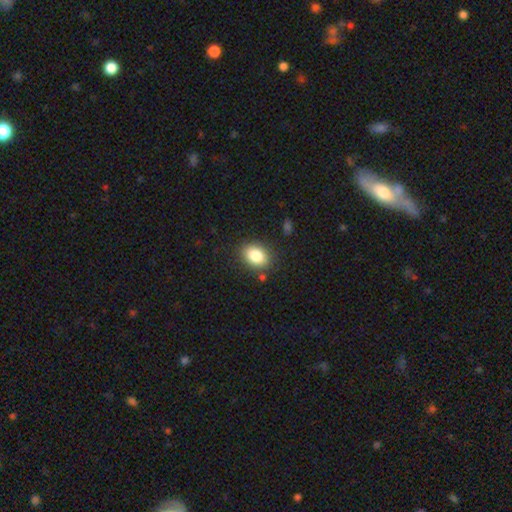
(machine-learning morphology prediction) A smooth galaxy with no disk features (84%) that is in between round and cigar-shaped (68%).

Vote fractions:
- Smooth or featured? smooth: 84% / star or artifact: 9% / featured or disk: 8%
- How rounded? in between: 68% / round: 31% / cigar-shaped: 1%
- Merging? none: 84% / minor disturbance: 11% / major disturbance: 3% / merger: 3%